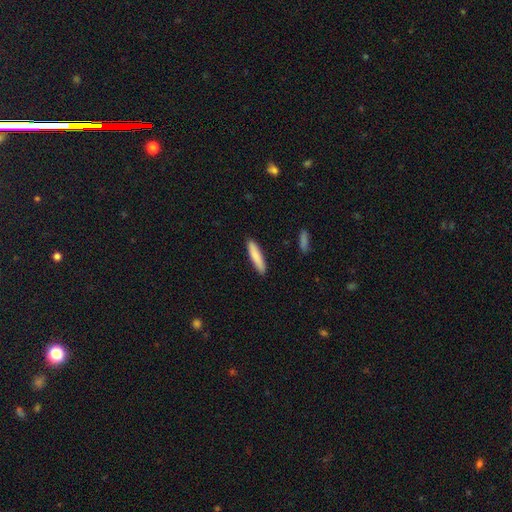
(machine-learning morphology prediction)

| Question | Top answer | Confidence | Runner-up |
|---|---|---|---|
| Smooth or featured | smooth | 83% | featured or disk (11%) |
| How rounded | cigar-shaped | 84% | in between (15%) |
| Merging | none | 90% | minor disturbance (7%) |